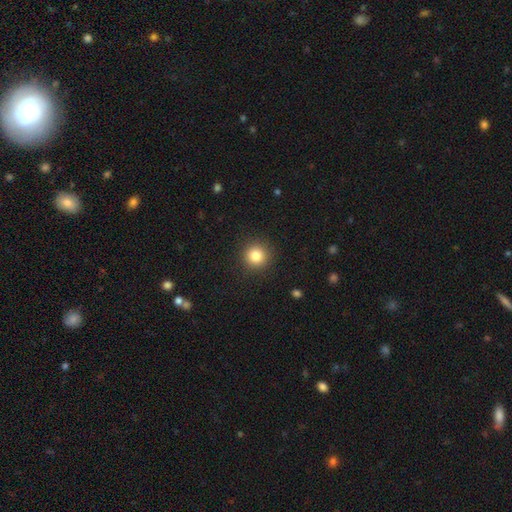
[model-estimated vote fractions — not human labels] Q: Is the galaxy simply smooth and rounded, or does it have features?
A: smooth — 83%.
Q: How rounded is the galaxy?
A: round — 95%.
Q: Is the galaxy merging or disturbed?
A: none — 91%.